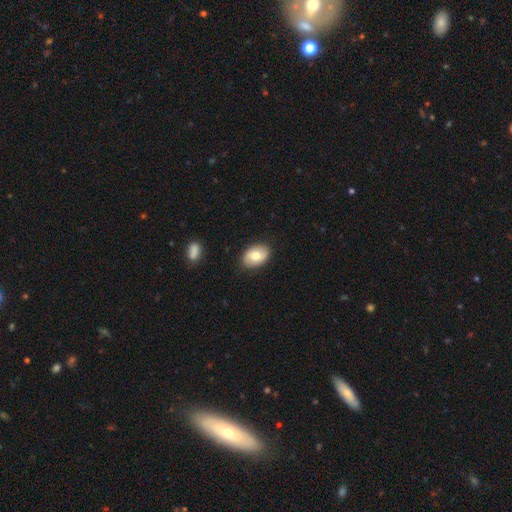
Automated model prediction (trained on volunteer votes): Smooth or featured? Predicted: smooth (p=0.72). How rounded? Predicted: in between (p=0.86). Merging? Predicted: none (p=0.86).